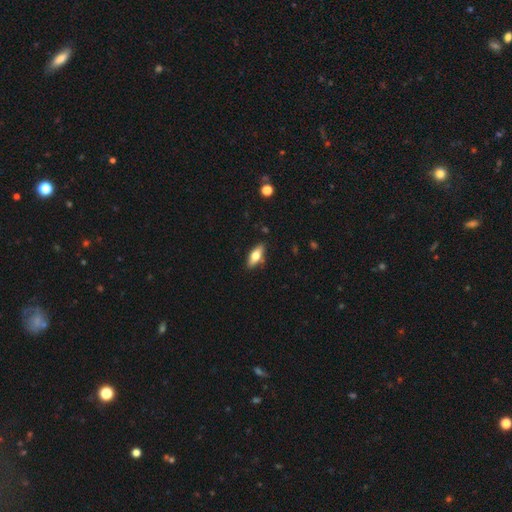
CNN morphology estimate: A smooth galaxy with no disk features (65%) that is in between round and cigar-shaped (75%). Merging: none (82%).